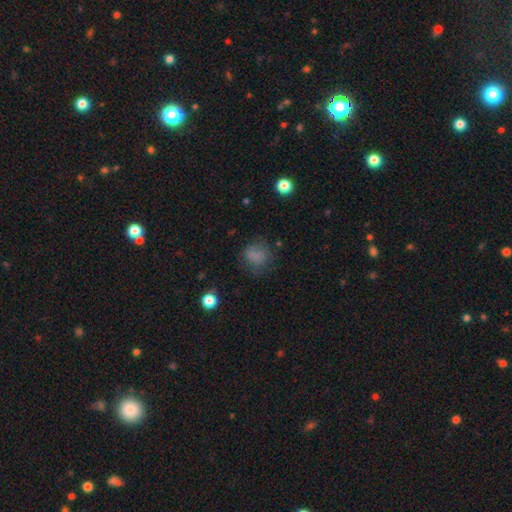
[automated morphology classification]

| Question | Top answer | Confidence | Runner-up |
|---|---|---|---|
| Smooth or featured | smooth | 76% | star or artifact (15%) |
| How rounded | round | 69% | in between (30%) |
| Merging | none | 61% | minor disturbance (23%) |